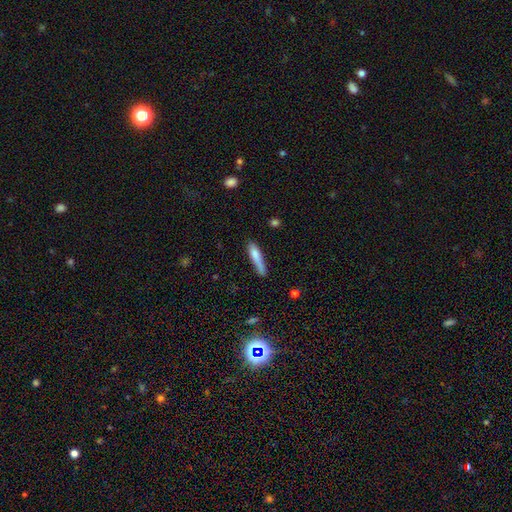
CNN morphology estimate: This appears to be a smooth galaxy with no disk features (74%) that is cigar-shaped (86%). Merging: none (59%).